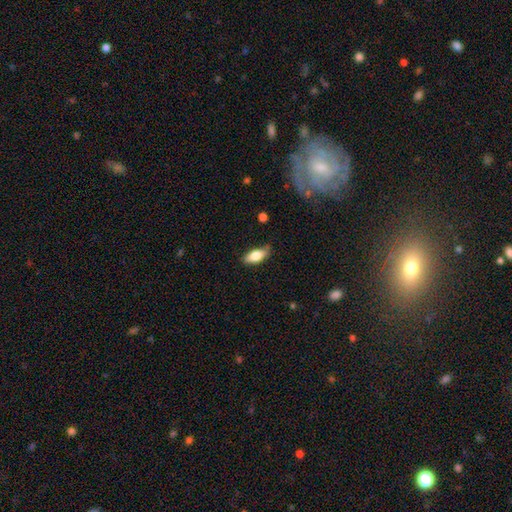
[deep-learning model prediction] A smooth galaxy with no disk features (76%) that is in between round and cigar-shaped (83%). Merging: none (75%).